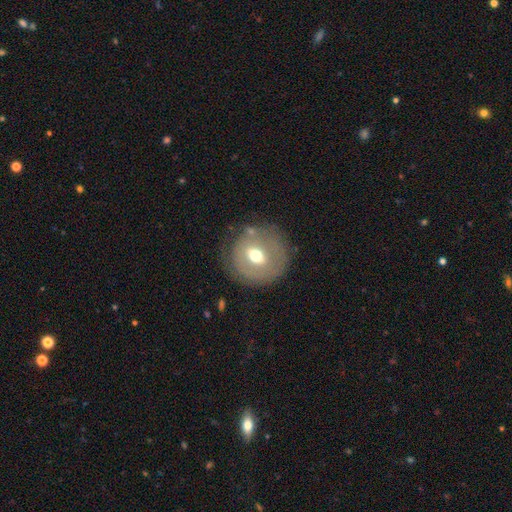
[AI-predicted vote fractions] A smooth galaxy with no disk features (50%) that is round (85%). Merging: none (73%).